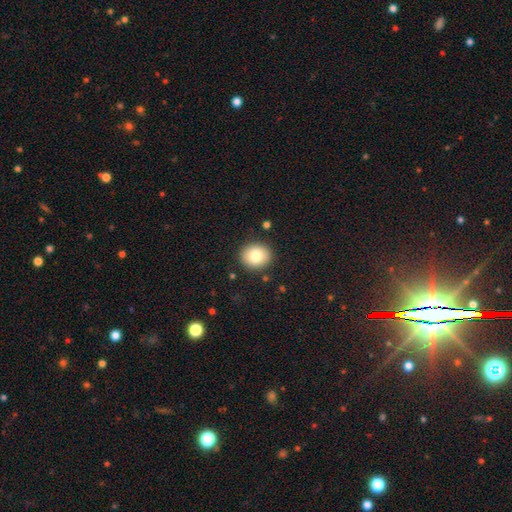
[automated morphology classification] A smooth galaxy with no disk features (80%) that is round (76%).

Vote fractions:
- Smooth or featured? smooth: 80% / featured or disk: 11% / star or artifact: 9%
- How rounded? round: 76% / in between: 23% / cigar-shaped: 1%
- Merging? none: 89% / minor disturbance: 7% / major disturbance: 2% / merger: 1%